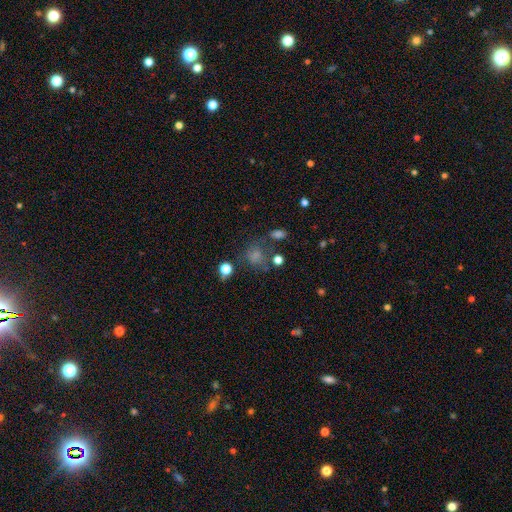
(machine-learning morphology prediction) Smooth or featured: smooth — 70% (star or artifact — 18%)
How rounded: round — 60% (in between — 39%)
Merging: none — 50% (minor disturbance — 21%)